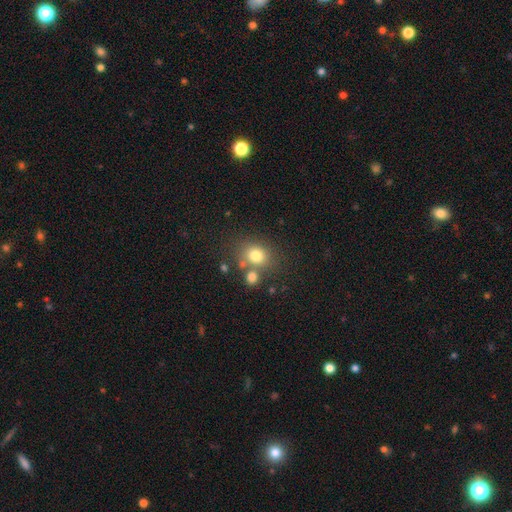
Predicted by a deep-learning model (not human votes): Smooth or featured? smooth (77%)
How rounded? round (63%)
Merging? none (61%)